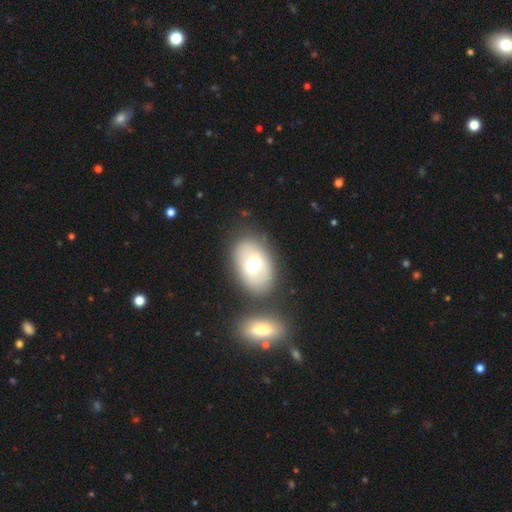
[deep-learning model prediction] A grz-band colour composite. It shows a smooth galaxy with no disk features (57%) that is in between round and cigar-shaped (86%). Merging: none (66%).